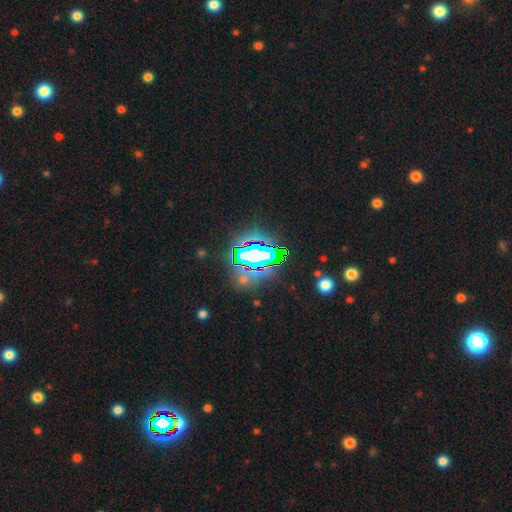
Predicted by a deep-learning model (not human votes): Morphology: type=star or artifact (81%).